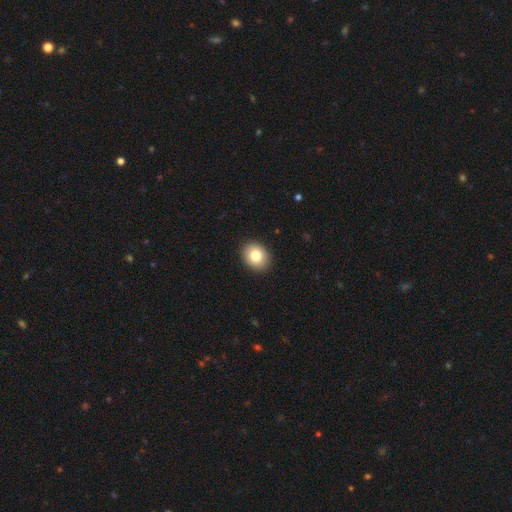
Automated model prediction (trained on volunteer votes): smooth_or_featured: smooth (p=0.82) [alt: featured or disk p=0.09]
how_rounded: round (p=0.59) [alt: in between p=0.41]
merging: none (p=0.91) [alt: minor disturbance p=0.06]